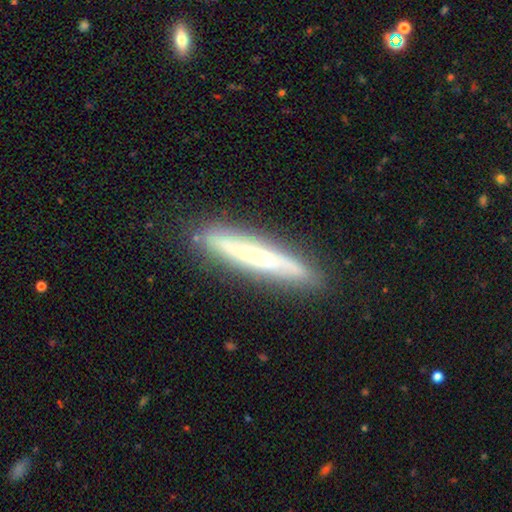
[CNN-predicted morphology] This is likely a featured or disk galaxy (63%). It is likely viewed edge-on (69%). Merging: clearly none (85%).